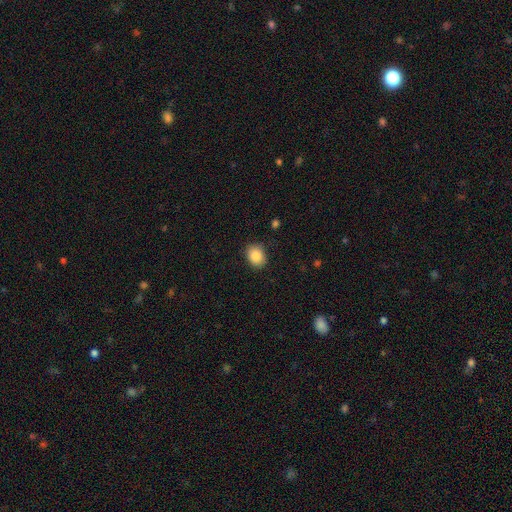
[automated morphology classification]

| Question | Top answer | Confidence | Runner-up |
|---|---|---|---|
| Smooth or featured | smooth | 87% | star or artifact (8%) |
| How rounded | round | 50% | in between (49%) |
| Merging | none | 83% | minor disturbance (13%) |